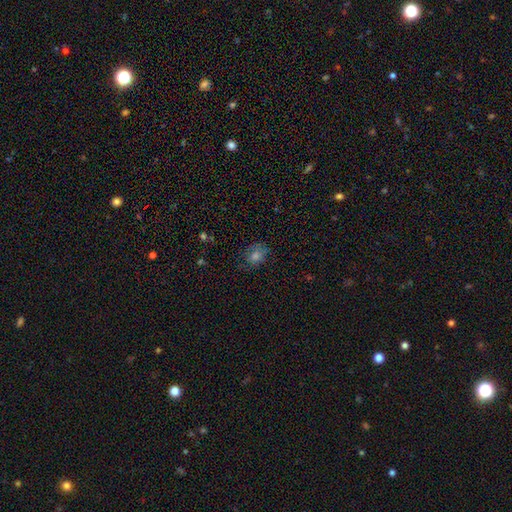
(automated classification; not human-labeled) Overall: smooth (61%; star or artifact 22%). How rounded: round (55%; in between 43%). Merging: none (75%).